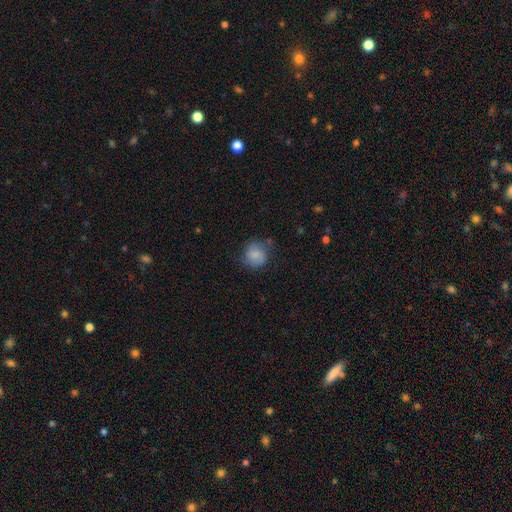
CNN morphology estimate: Smooth or featured? Predicted: smooth (p=0.67). How rounded? Predicted: round (p=0.81). Merging? Predicted: none (p=0.62).